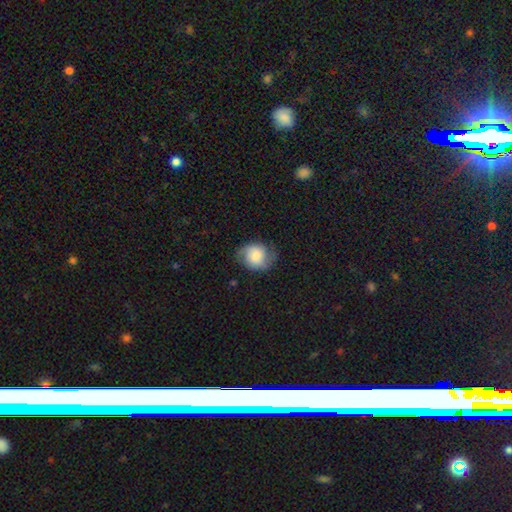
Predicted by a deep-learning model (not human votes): Smooth or featured? Predicted: smooth (p=0.49). Merging? Predicted: none (p=0.70).